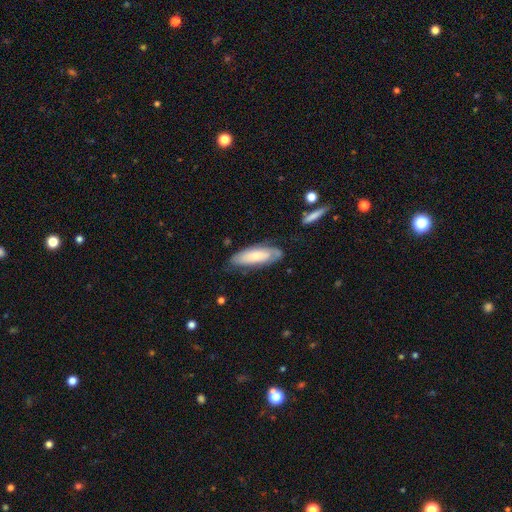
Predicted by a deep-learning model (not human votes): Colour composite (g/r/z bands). It shows a smooth galaxy with no disk features (56%) that is in between round and cigar-shaped (58%). Merging: none (66%).